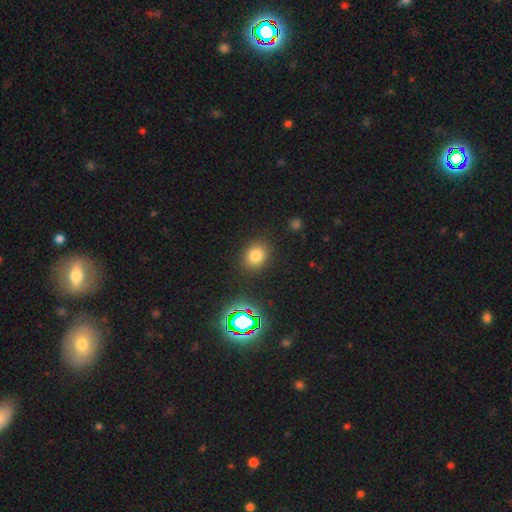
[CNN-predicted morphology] This is likely a smooth galaxy (76%). How rounded: possibly round (60%). Merging: clearly none (86%).